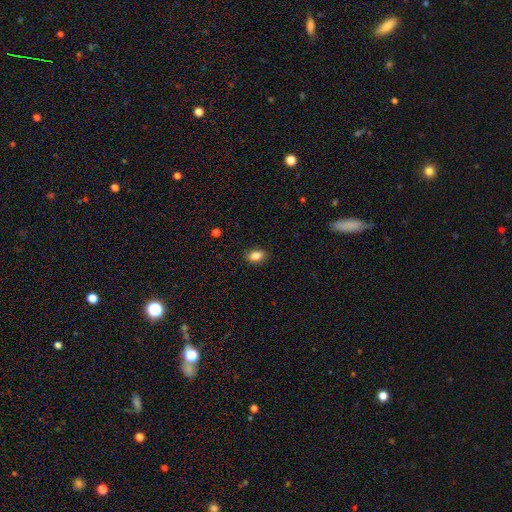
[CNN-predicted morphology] Smooth or featured?
  - smooth: 86% *
  - star or artifact: 9%
  - featured or disk: 5%
How rounded?
  - in between: 84% *
  - round: 14%
  - cigar-shaped: 2%
Merging?
  - none: 87% *
  - minor disturbance: 10%
  - major disturbance: 2%
  - merger: 1%